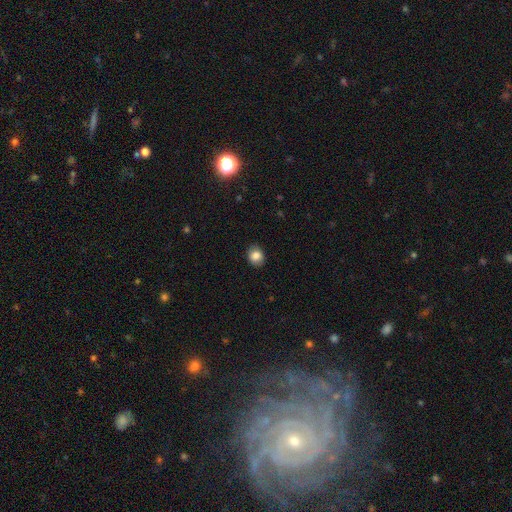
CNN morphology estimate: The model was most divided on "how rounded": round: 61%, in between: 38%, cigar-shaped: 1%. More confident: merging — none (87%); smooth or featured — smooth (85%).